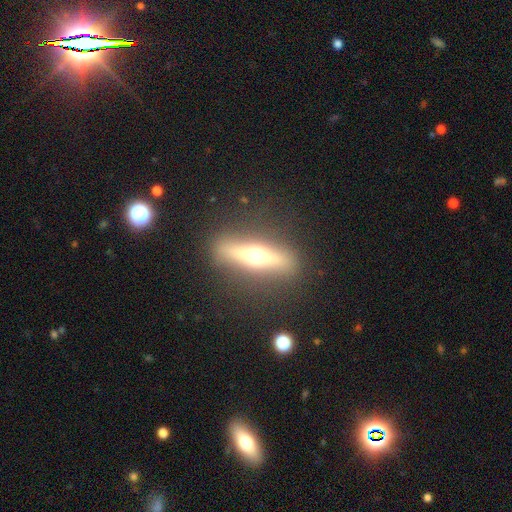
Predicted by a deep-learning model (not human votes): smooth_or_featured: featured or disk (p=0.67) [alt: smooth p=0.26]
disk_edge_on: yes (p=0.91) [alt: no p=0.09]
edge_on_bulge: rounded (p=0.95) [alt: none p=0.02]
merging: none (p=0.87) [alt: minor disturbance p=0.08]